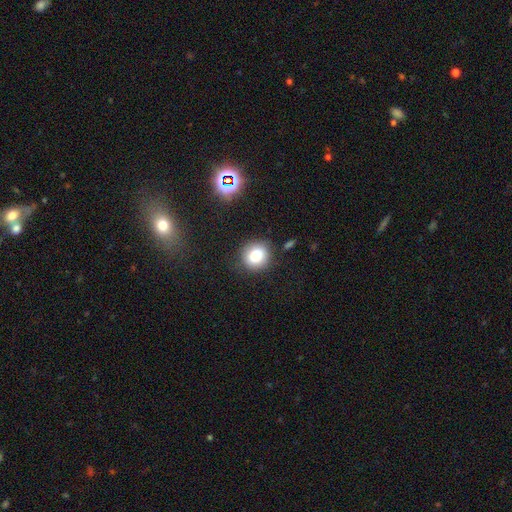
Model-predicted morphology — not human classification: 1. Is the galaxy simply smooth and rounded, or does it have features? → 82% smooth, 11% star or artifact, 7% featured or disk.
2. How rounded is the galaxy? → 77% round, 22% in between, 1% cigar-shaped.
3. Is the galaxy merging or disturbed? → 81% none, 12% minor disturbance, 4% major disturbance, 3% merger.